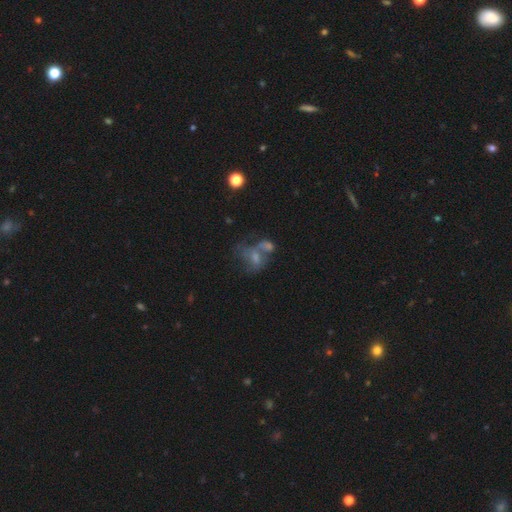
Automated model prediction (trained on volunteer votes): Q: Smooth or featured?
A: featured or disk (43%); runner-up: smooth (40%)
Q: Merging?
A: merger (53%); runner-up: none (18%)